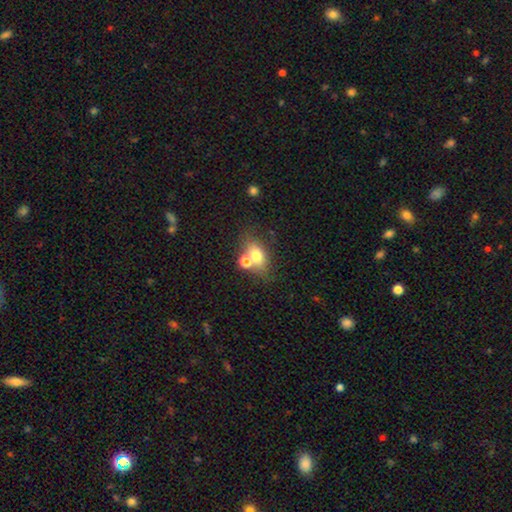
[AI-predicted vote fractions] smooth_or_featured: smooth (p=0.69) [alt: featured or disk p=0.19]
how_rounded: in between (p=0.72) [alt: round p=0.23]
merging: none (p=0.52) [alt: merger p=0.31]